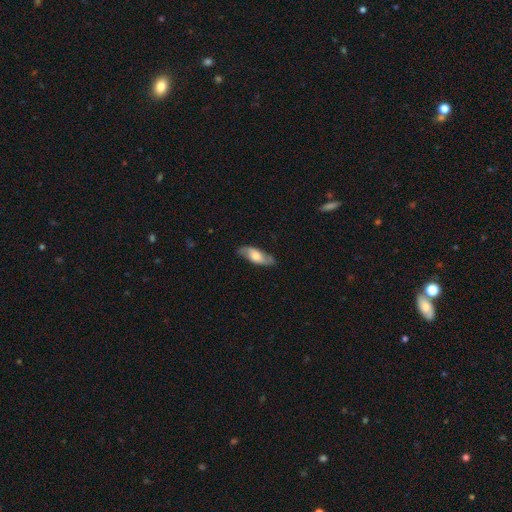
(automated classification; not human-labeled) Q: Smooth or featured?
A: featured or disk (48%); runner-up: smooth (45%)
Q: Merging?
A: none (80%); runner-up: minor disturbance (15%)